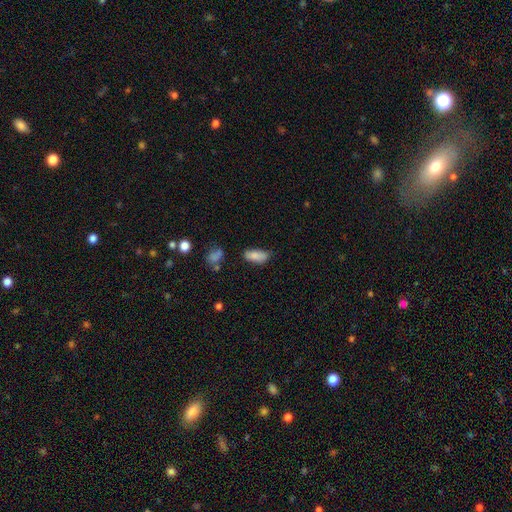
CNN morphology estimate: Smooth or featured? smooth (84%)
How rounded? in between (84%)
Merging? none (69%)